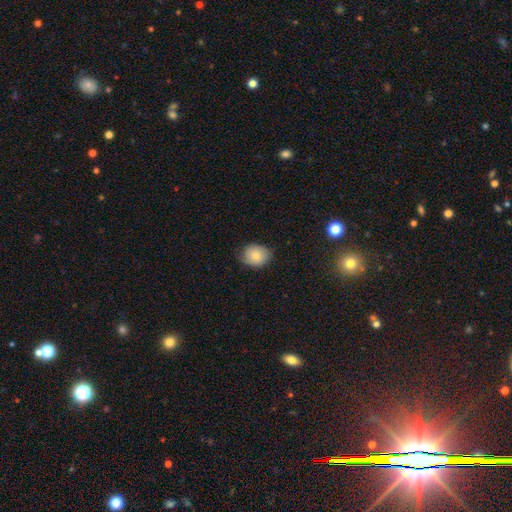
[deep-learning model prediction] Smooth or featured?
  - smooth: 79% *
  - featured or disk: 13%
  - star or artifact: 8%
How rounded?
  - round: 56% *
  - in between: 43%
  - cigar-shaped: 1%
Merging?
  - none: 74% *
  - minor disturbance: 21%
  - major disturbance: 4%
  - merger: 1%